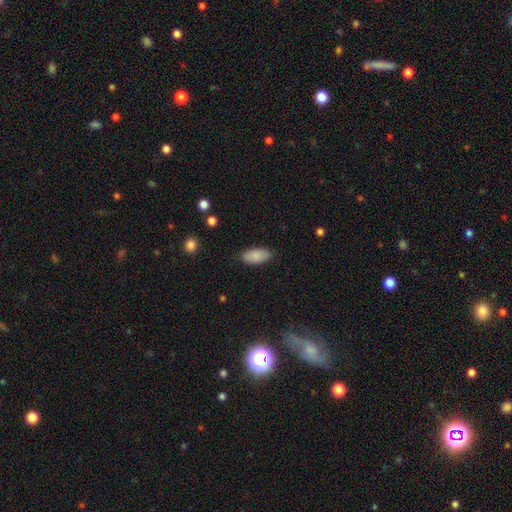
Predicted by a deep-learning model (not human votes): A smooth galaxy with no disk features (87%) that is in between round and cigar-shaped (91%). Merging: none (84%).